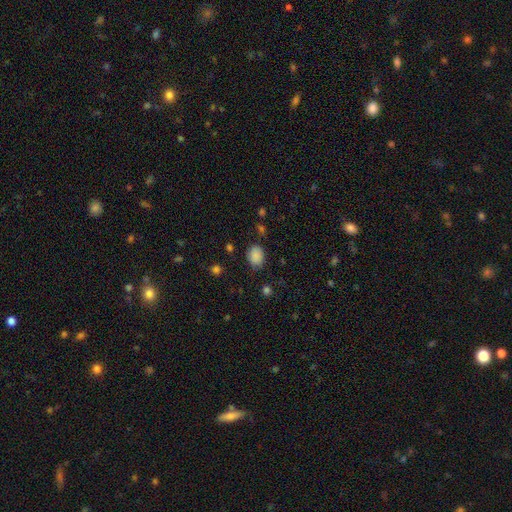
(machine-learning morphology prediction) This is clearly a smooth galaxy (87%). How rounded: likely in between (65%). Merging: likely none (76%).